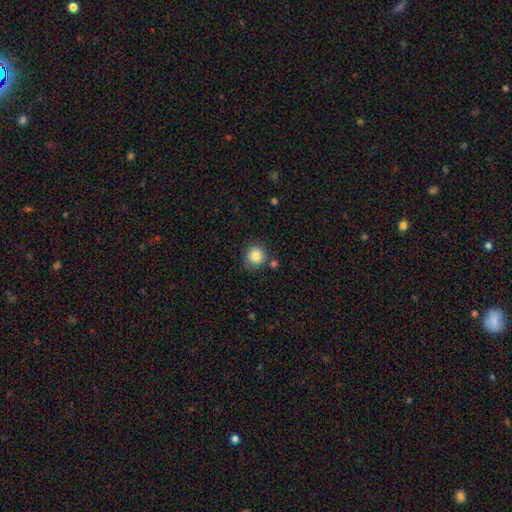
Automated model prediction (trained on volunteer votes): A smooth galaxy with no disk features (83%) that is round (91%). Merging: none (77%).